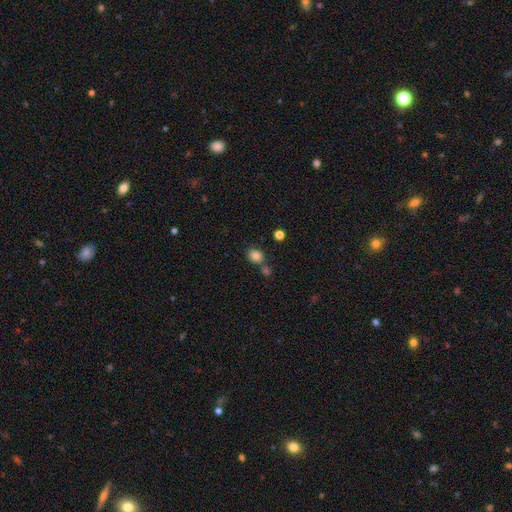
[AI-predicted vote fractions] The model was most divided on "how rounded": round: 64%, in between: 35%, cigar-shaped: 1%. More confident: smooth or featured — smooth (84%); merging — none (68%).